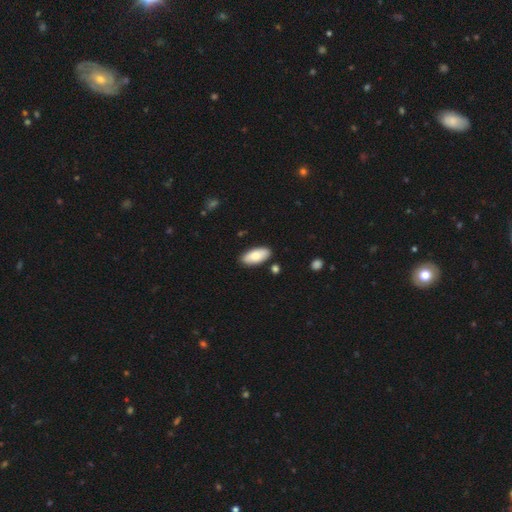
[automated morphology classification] A smooth galaxy with no disk features (80%) that is in between round and cigar-shaped (91%). Merging: none (86%).